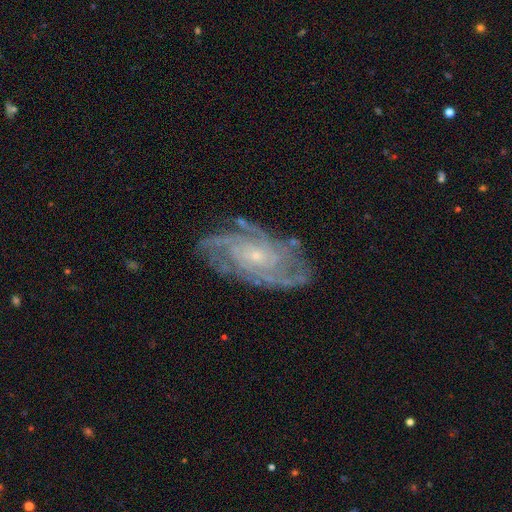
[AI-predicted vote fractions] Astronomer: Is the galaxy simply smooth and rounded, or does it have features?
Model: featured or disk — 87%.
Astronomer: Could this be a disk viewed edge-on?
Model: no — 95%.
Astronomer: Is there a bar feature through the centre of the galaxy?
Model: no — 71%.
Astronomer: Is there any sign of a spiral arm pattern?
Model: yes — 97%.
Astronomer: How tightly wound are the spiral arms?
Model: tight — 58% (runner-up: medium, 35%).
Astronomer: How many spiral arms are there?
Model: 4 — 26% (runner-up: can't tell, 23%).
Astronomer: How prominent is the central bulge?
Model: small — 78%.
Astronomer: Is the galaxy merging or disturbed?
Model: none — 76%.